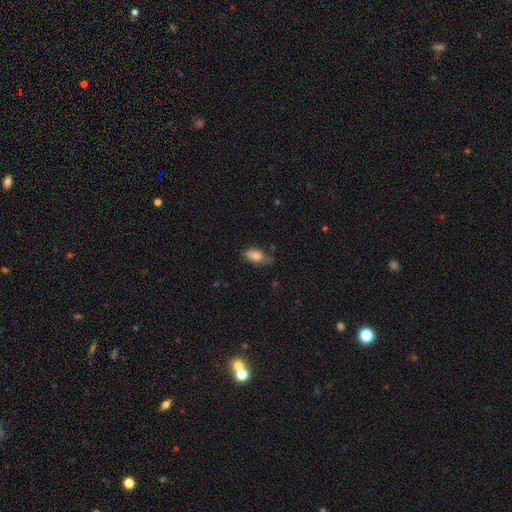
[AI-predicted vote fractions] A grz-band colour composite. It shows a smooth galaxy with no disk features (76%) that is in between round and cigar-shaped (87%). Merging: none (61%).